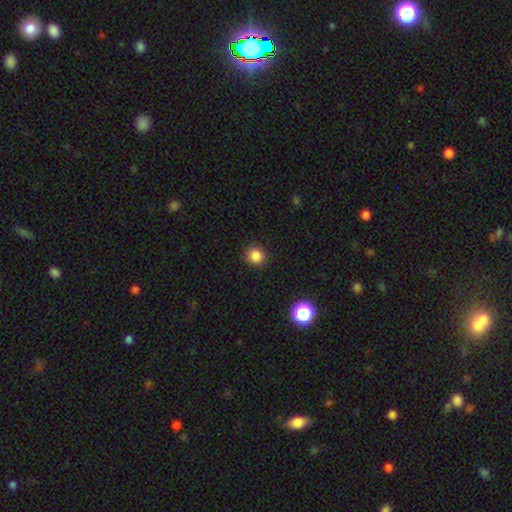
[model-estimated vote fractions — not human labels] Smooth or featured?
  - smooth: 85% *
  - star or artifact: 12%
  - featured or disk: 3%
How rounded?
  - round: 89% *
  - in between: 10%
  - cigar-shaped: 1%
Merging?
  - none: 90% *
  - minor disturbance: 7%
  - major disturbance: 2%
  - merger: 1%